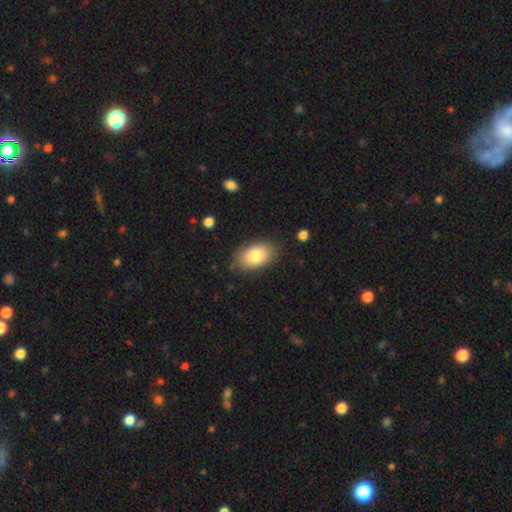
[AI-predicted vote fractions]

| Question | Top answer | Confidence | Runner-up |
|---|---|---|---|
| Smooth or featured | smooth | 81% | featured or disk (12%) |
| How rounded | in between | 91% | round (7%) |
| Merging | none | 81% | minor disturbance (14%) |